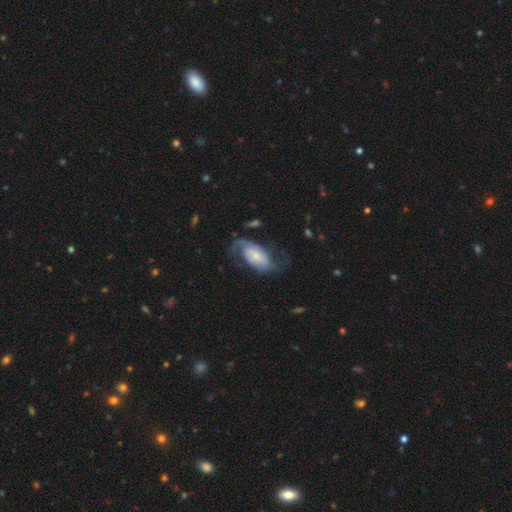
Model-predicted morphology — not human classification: Q: Smooth or featured?
A: featured or disk (68%); runner-up: smooth (26%)
Q: Edge-on disk?
A: no (95%); runner-up: yes (5%)
Q: Bar?
A: no (59%); runner-up: weak (31%)
Q: Spiral arms?
A: yes (90%); runner-up: no (10%)
Q: Spiral winding?
A: loose (46%); runner-up: medium (37%)
Q: Spiral arm count?
A: 2 (69%); runner-up: 1 (19%)
Q: Bulge size?
A: small (49%); runner-up: moderate (28%)
Q: Merging?
A: none (48%); runner-up: major disturbance (28%)